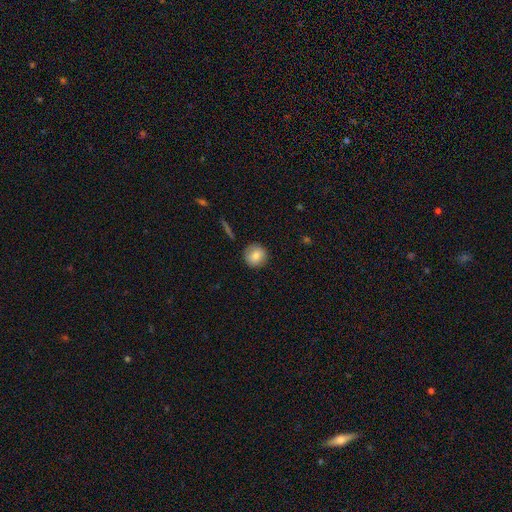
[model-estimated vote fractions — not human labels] Smooth or featured?
  - smooth: 83% *
  - featured or disk: 10%
  - star or artifact: 8%
How rounded?
  - round: 92% *
  - in between: 7%
  - cigar-shaped: 1%
Merging?
  - none: 87% *
  - minor disturbance: 9%
  - major disturbance: 2%
  - merger: 1%